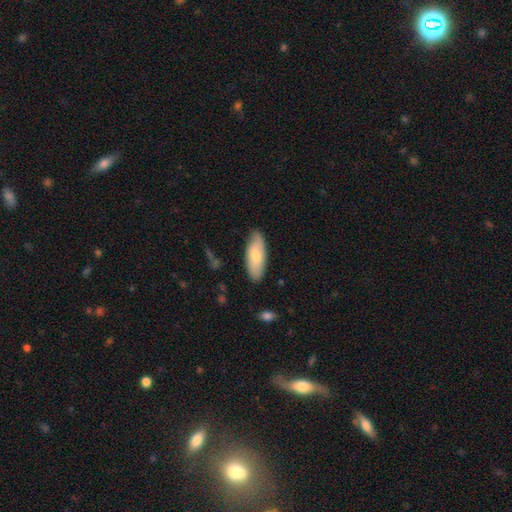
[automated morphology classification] A smooth galaxy with no disk features (71%) that is in between round and cigar-shaped (77%).

Vote fractions:
- Smooth or featured? smooth: 71% / featured or disk: 23% / star or artifact: 5%
- How rounded? in between: 77% / cigar-shaped: 21% / round: 2%
- Merging? none: 82% / minor disturbance: 15% / major disturbance: 2% / merger: 1%